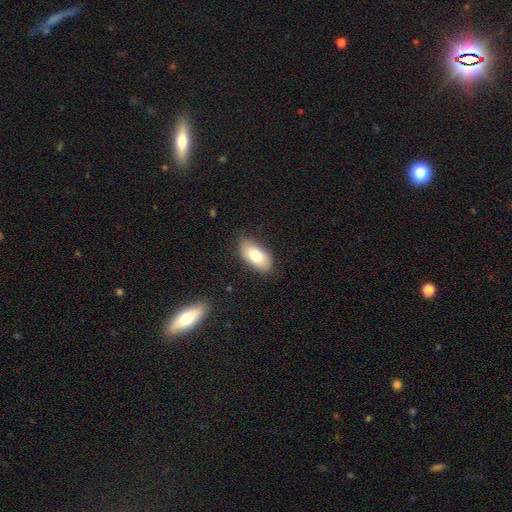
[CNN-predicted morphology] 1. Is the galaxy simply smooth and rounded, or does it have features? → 79% smooth, 14% featured or disk, 7% star or artifact.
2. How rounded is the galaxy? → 92% in between, 5% cigar-shaped, 3% round.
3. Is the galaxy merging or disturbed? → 79% none, 17% minor disturbance, 3% major disturbance, 1% merger.